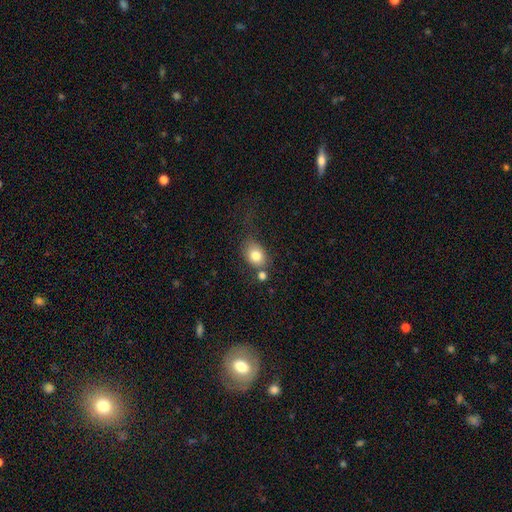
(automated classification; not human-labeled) A smooth galaxy with no disk features (79%) that is in between round and cigar-shaped (54%).

Vote fractions:
- Smooth or featured? smooth: 79% / featured or disk: 11% / star or artifact: 10%
- How rounded? in between: 54% / round: 44% / cigar-shaped: 1%
- Merging? none: 53% / minor disturbance: 19% / merger: 18% / major disturbance: 10%